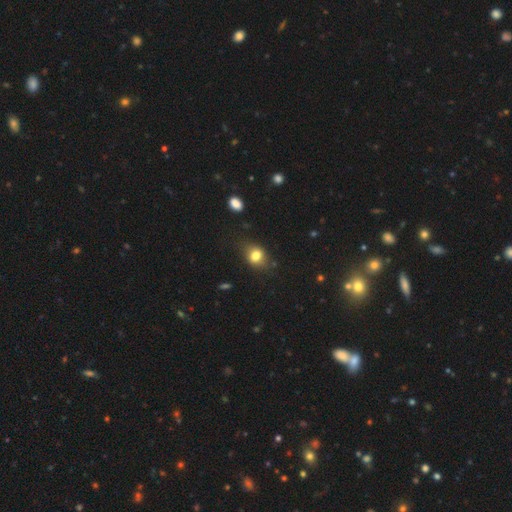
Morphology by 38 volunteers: Smooth or featured? 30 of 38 (79%) said smooth. How rounded? 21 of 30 (70%) said in between. Merging? 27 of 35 (77%) said none.